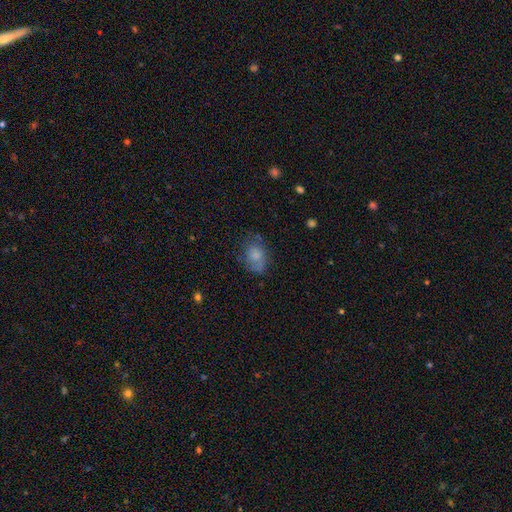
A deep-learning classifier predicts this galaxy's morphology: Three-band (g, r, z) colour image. It shows a smooth galaxy with no disk features (73%) that is in between round and cigar-shaped (72%). Merging: none (57%).